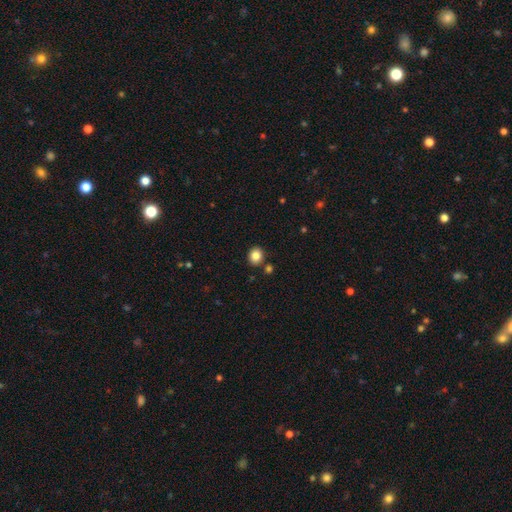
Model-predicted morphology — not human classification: Overall: smooth (84%). How rounded: round (73%). Merging: none (85%).